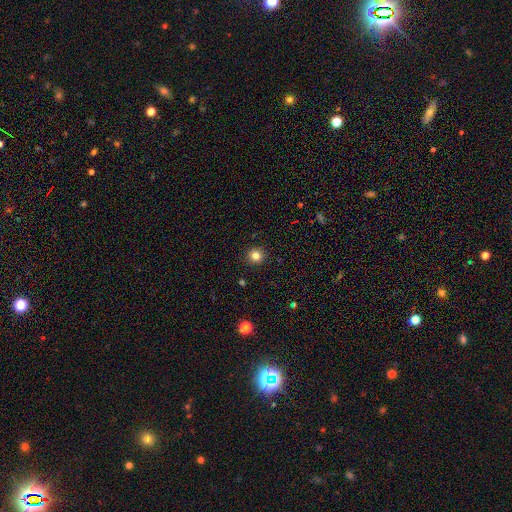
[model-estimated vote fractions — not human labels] Smooth or featured?
  - smooth: 82% *
  - star or artifact: 13%
  - featured or disk: 5%
How rounded?
  - round: 95% *
  - in between: 4%
  - cigar-shaped: 1%
Merging?
  - none: 93% *
  - minor disturbance: 5%
  - major disturbance: 2%
  - merger: 1%